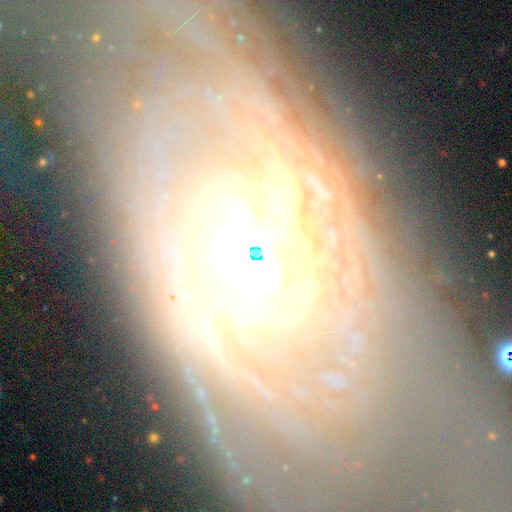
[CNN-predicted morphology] smooth-or-featured: featured or disk: 76% | star or artifact: 13% | smooth: 11%
  disk-edge-on: no: 84% | yes: 16%
    bar: strong: 39% | no: 33% | weak: 28%
    has-spiral-arms: yes: 72% | no: 28%
    bulge-size: moderate: 54% | large: 23% | small: 16% | dominant: 4% | none: 3%
  merging: none: 73% | minor disturbance: 14% | major disturbance: 9% | merger: 4%